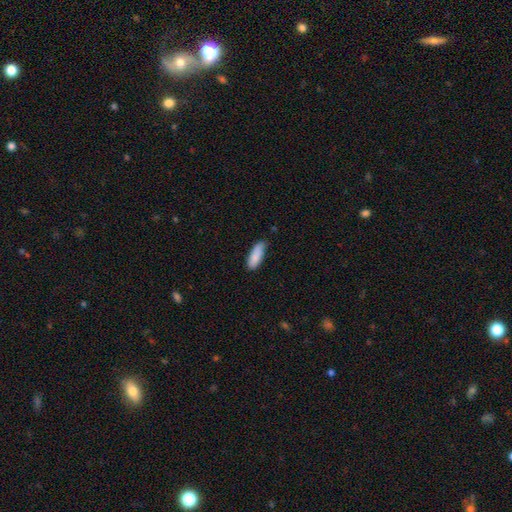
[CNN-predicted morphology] Smooth or featured? smooth (87%)
How rounded? in between (65%)
Merging? none (70%)